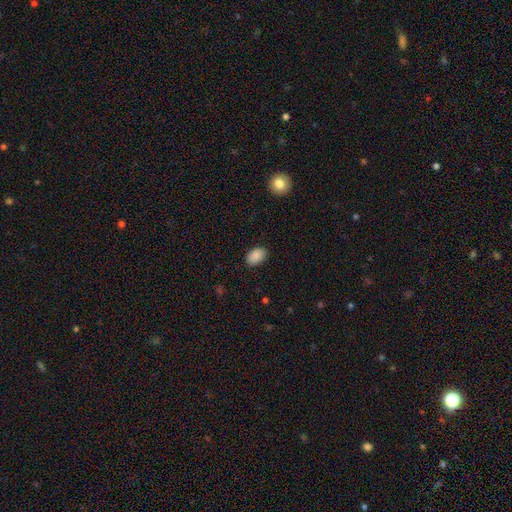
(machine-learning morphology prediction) Smooth or featured: smooth — 89% (star or artifact — 7%)
How rounded: in between — 89% (round — 10%)
Merging: none — 88% (minor disturbance — 9%)